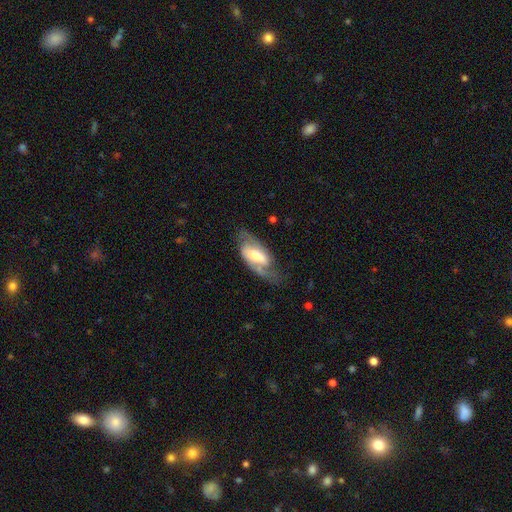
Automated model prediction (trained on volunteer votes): A featured or disk galaxy (75%) with a strong bar (41%), 2 (83%) medium (47%) spiral arms (88%) and a moderate central bulge (50%). Merging: none (63%).